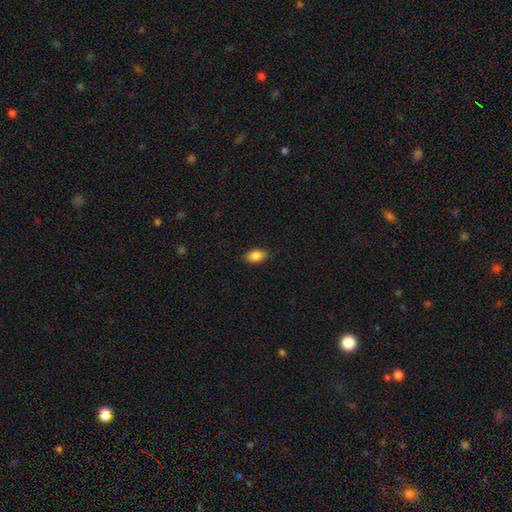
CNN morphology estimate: type=smooth (88%); roundness=in between (91%); merging=none (88%).